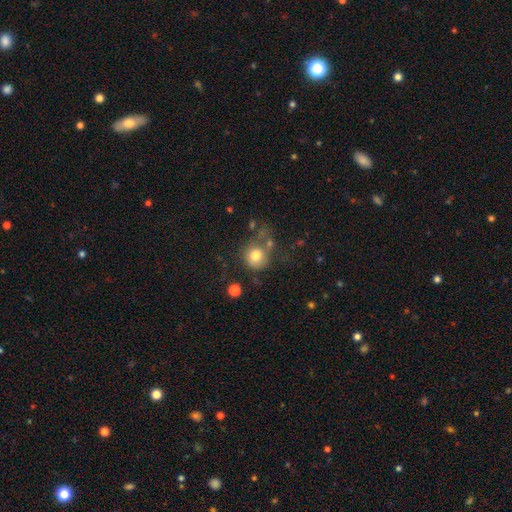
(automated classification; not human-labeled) Smooth or featured? Predicted: smooth (p=0.78). How rounded? Predicted: round (p=0.87). Merging? Predicted: none (p=0.54).